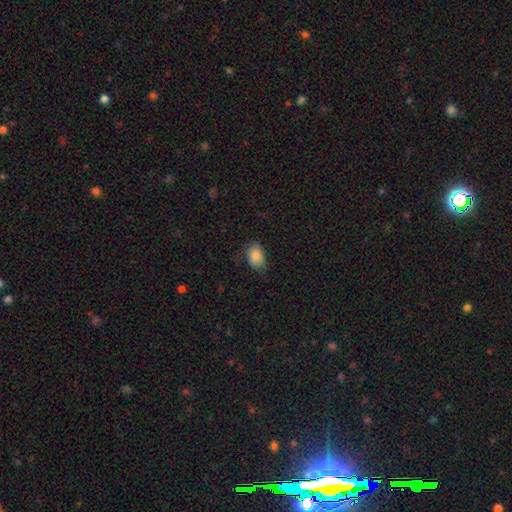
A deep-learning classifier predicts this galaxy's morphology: type=smooth (85%); roundness=in between (82%); merging=none (71%).